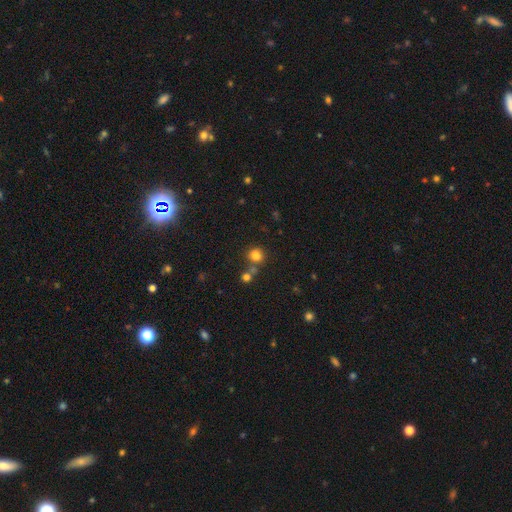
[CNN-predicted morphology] The model was most divided on "merging": none: 65%, merger: 22%, minor disturbance: 9%, major disturbance: 4%. More confident: how rounded — round (86%); smooth or featured — smooth (79%).